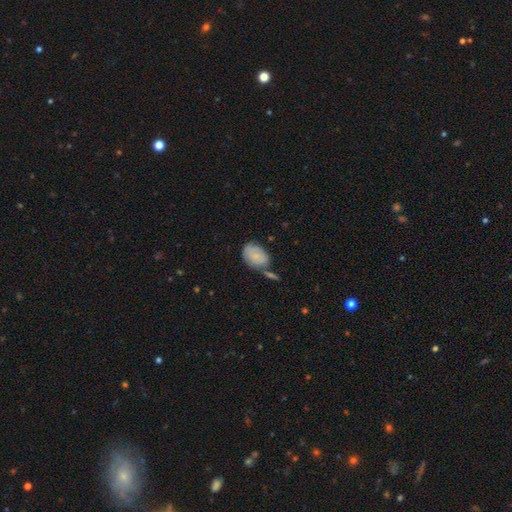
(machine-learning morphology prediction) smooth 73%, featured or disk 20%, star or artifact 7%. Down the decision tree: how rounded — in between (85%); merging — none (53%).